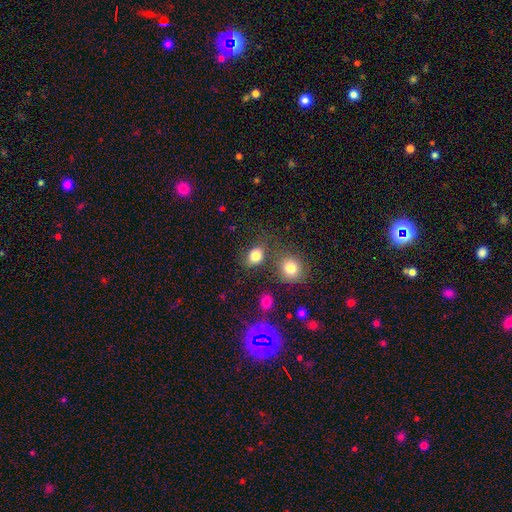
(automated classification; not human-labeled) Smooth or featured? smooth (81%)
How rounded? in between (53%)
Merging? none (69%)